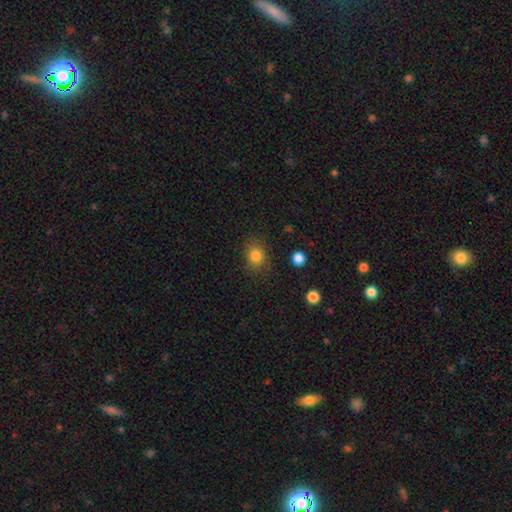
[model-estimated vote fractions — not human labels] Smooth or featured: smooth — 83% (star or artifact — 12%)
How rounded: round — 65% (in between — 34%)
Merging: none — 83% (minor disturbance — 11%)